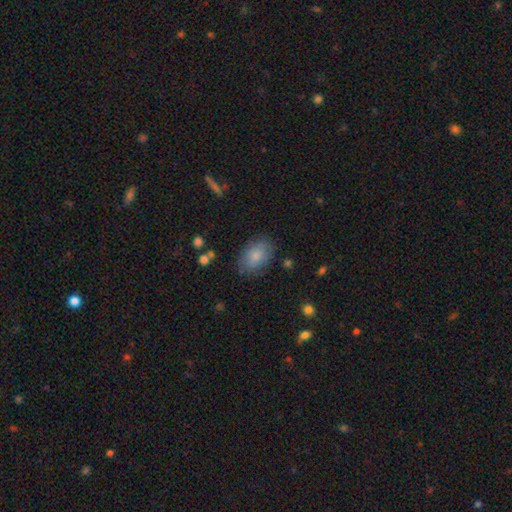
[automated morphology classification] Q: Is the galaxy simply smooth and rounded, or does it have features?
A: smooth — 81%.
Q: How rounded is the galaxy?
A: in between — 87%.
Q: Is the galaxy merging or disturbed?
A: none — 79%.